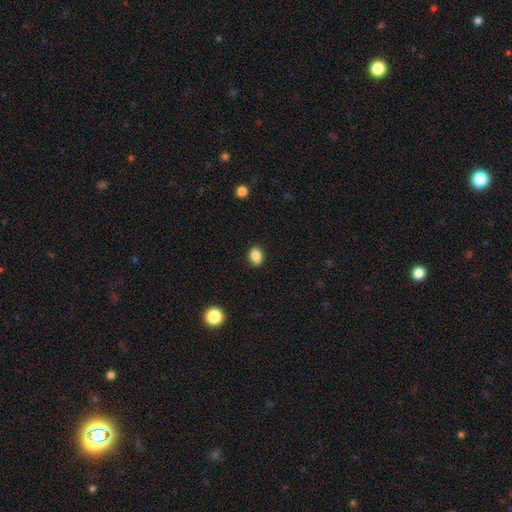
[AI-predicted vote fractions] smooth_or_featured: smooth (p=0.86) [alt: star or artifact p=0.09]
how_rounded: in between (p=0.68) [alt: round p=0.31]
merging: none (p=0.88) [alt: minor disturbance p=0.09]